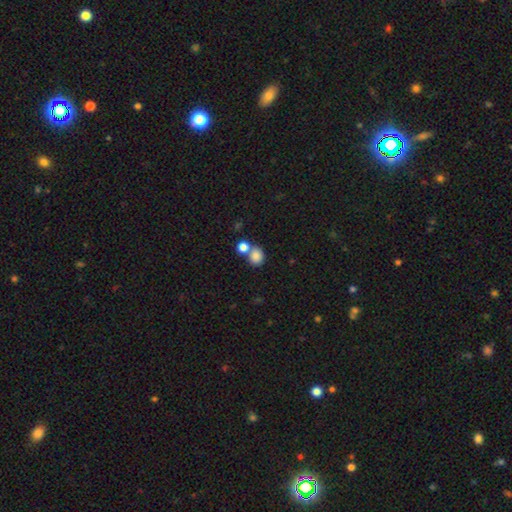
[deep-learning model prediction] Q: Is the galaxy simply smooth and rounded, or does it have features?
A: smooth — 84%.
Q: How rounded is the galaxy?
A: round — 69%.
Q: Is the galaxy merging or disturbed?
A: none — 49%.